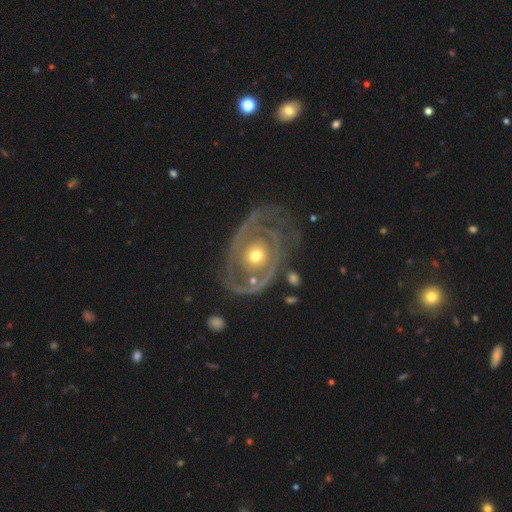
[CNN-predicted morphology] Smooth or featured? Predicted: featured or disk (p=0.81). Edge-on disk? Predicted: no (p=0.96). Bar? Predicted: no (p=0.84). Spiral arms? Predicted: yes (p=0.62). Bulge size? Predicted: moderate (p=0.63). Merging? Predicted: none (p=0.55).